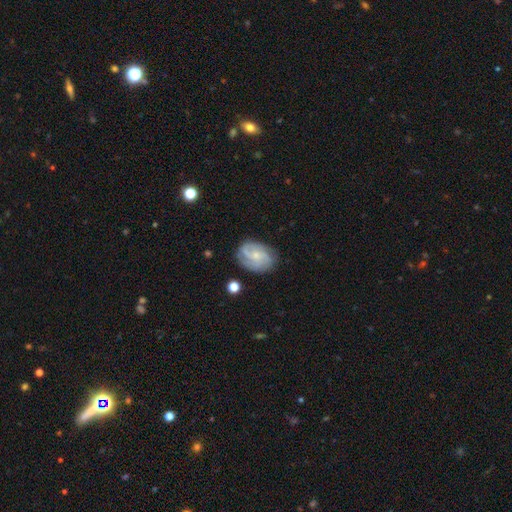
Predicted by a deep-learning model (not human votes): Morphology: type=featured or disk (72%); edge-on=no (97%); bar=no (64%); spiral arms=yes (93%); winding=medium (43%); arm count=3 (35%); bulge=small (63%); merging=none (75%).